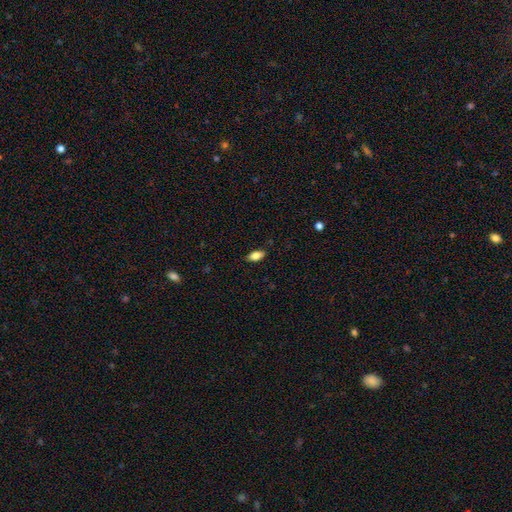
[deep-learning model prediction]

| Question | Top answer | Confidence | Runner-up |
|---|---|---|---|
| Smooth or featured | smooth | 83% | featured or disk (9%) |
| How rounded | in between | 89% | cigar-shaped (7%) |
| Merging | none | 85% | minor disturbance (11%) |